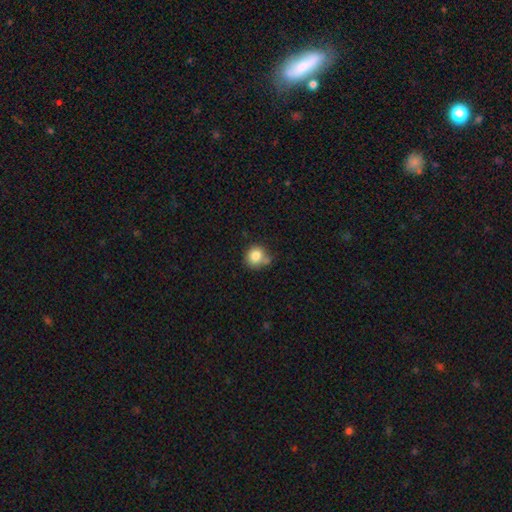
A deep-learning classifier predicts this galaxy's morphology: smooth 82%, star or artifact 10%, featured or disk 8%. Down the decision tree: how rounded — round (83%); merging — none (58%).